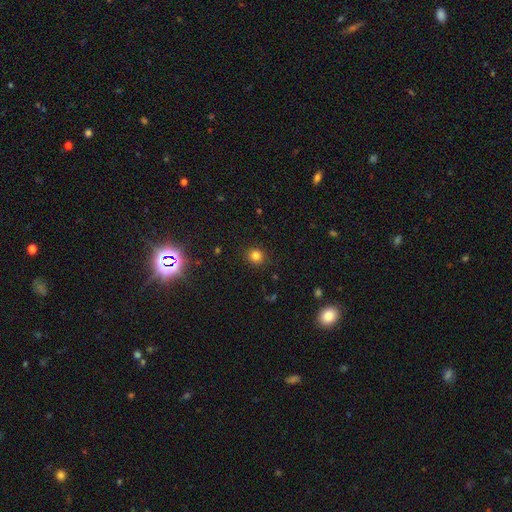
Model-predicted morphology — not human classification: Overall: smooth (81%). How rounded: round (86%). Merging: none (89%).